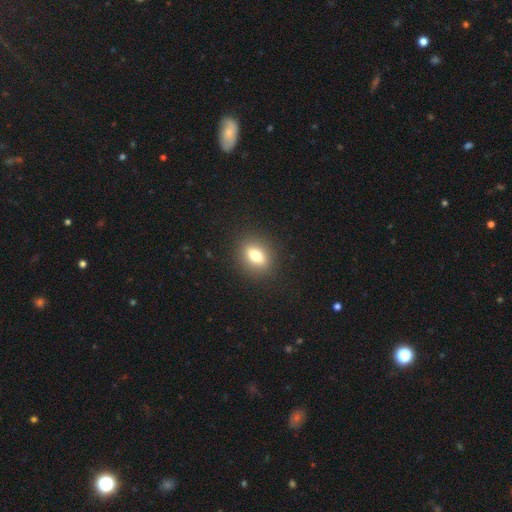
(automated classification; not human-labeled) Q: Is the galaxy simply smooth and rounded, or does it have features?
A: smooth — 69%.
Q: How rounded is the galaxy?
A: in between — 59%.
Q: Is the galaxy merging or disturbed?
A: none — 89%.